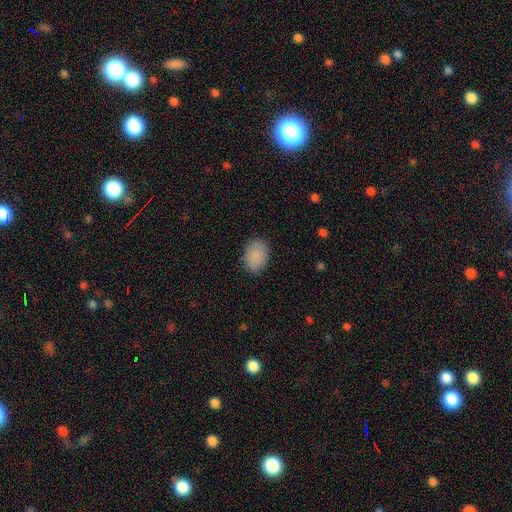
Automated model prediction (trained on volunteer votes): This is clearly a smooth galaxy (89%). How rounded: likely in between (77%). Merging: clearly none (86%).